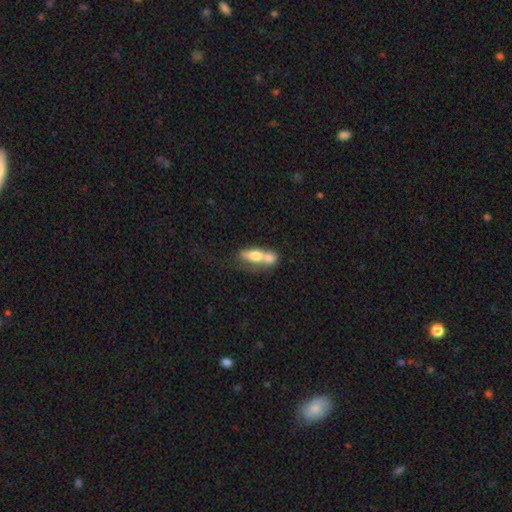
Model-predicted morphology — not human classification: A smooth galaxy with no disk features (65%) that is in between round and cigar-shaped (65%). Merging: merger (68%).